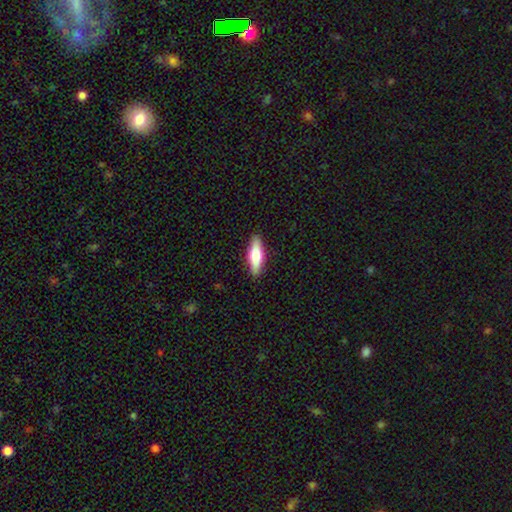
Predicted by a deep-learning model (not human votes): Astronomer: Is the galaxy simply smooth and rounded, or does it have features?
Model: smooth — 65%.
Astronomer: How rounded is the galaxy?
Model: cigar-shaped — 50% (runner-up: in between, 48%).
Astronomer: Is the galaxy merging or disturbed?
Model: none — 89%.